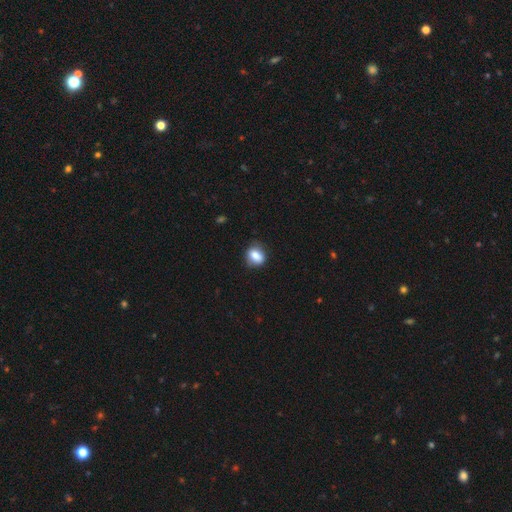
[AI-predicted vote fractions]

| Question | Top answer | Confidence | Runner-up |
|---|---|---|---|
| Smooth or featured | smooth | 82% | featured or disk (9%) |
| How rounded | in between | 54% | round (45%) |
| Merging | none | 76% | minor disturbance (18%) |